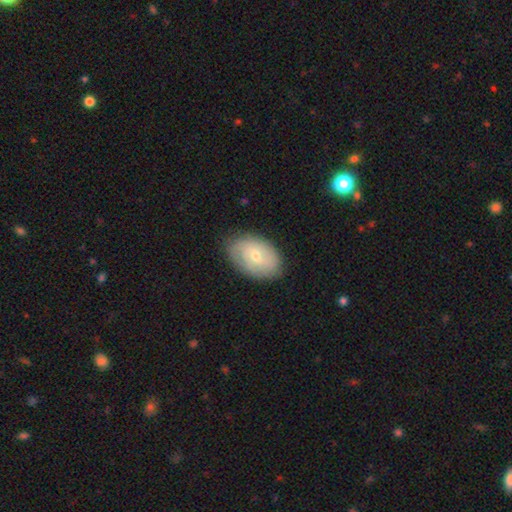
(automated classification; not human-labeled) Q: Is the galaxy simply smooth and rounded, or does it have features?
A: featured or disk — 50%.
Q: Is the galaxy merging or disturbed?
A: none — 81%.